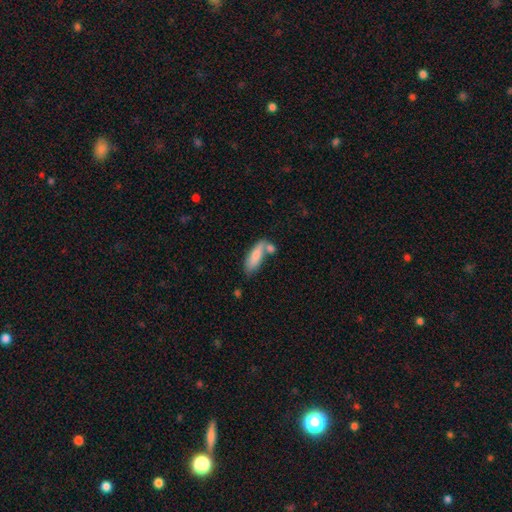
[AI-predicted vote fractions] This is clearly a smooth galaxy (80%). How rounded: possibly in between (55%). Merging: possibly none (48%).